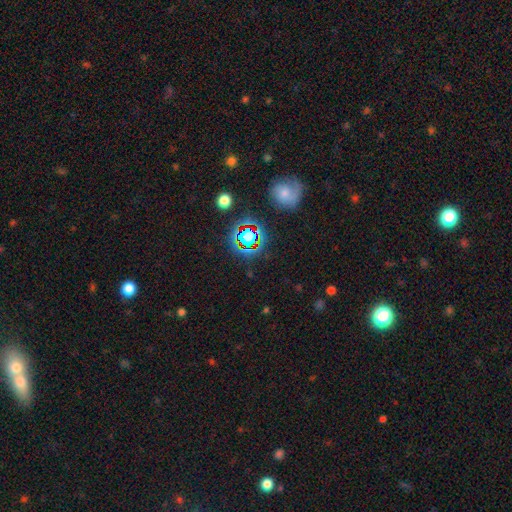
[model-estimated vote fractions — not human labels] This is possibly a star or artifact rather than a galaxy (60%).